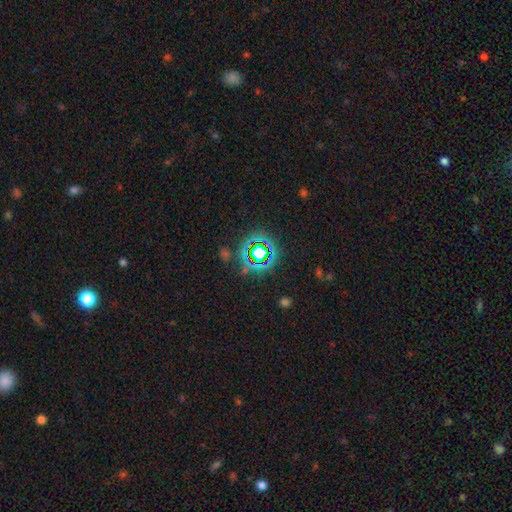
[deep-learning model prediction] Smooth or featured: star or artifact — 71% (smooth — 19%)